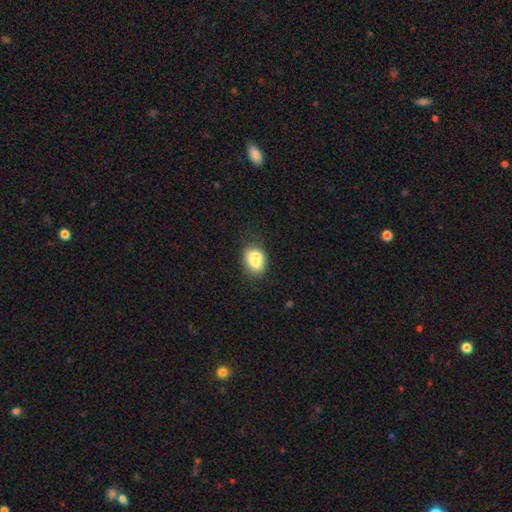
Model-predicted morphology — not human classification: This appears to be a smooth galaxy with no disk features (72%) that is in between round and cigar-shaped (59%). Merging: none (47%).